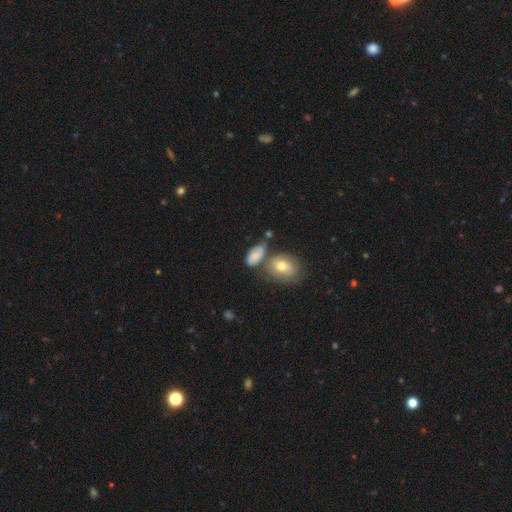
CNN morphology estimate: smooth_or_featured: smooth (p=0.74) [alt: featured or disk p=0.17]
how_rounded: in between (p=0.87) [alt: round p=0.10]
merging: none (p=0.41) [alt: merger p=0.24]